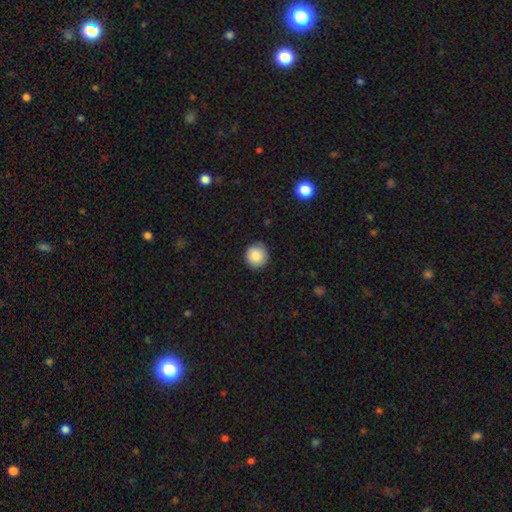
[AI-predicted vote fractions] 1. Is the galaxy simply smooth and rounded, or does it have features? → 87% smooth, 8% star or artifact, 4% featured or disk.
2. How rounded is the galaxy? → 93% round, 6% in between, 1% cigar-shaped.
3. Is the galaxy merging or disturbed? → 87% none, 10% minor disturbance, 2% major disturbance, 1% merger.